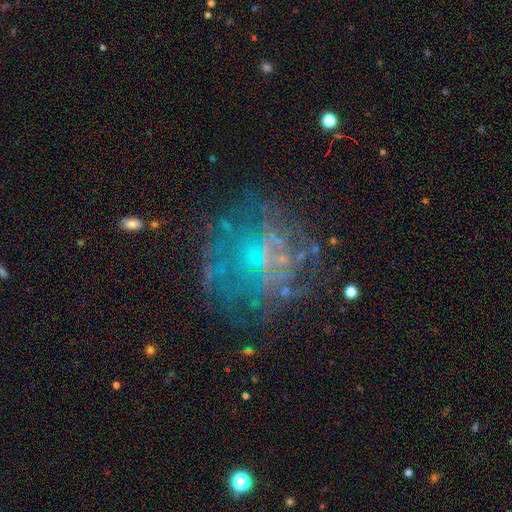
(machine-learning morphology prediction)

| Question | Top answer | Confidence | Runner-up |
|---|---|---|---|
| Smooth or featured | featured or disk | 61% | star or artifact (21%) |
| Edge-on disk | no | 98% | yes (2%) |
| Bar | no | 82% | weak (14%) |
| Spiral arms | no | 77% | yes (23%) |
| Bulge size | none | 66% | small (20%) |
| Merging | none | 60% | major disturbance (21%) |